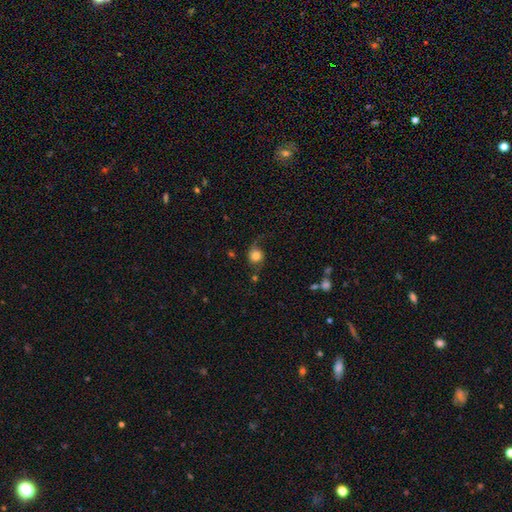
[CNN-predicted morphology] Smooth or featured? smooth (64%)
How rounded? round (82%)
Merging? none (57%)